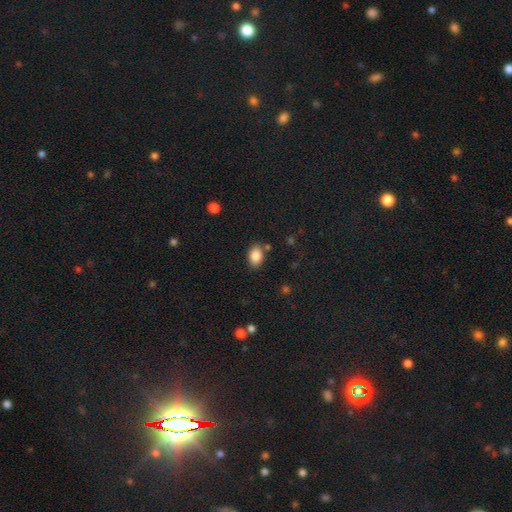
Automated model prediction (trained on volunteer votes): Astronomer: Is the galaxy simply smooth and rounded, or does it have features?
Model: smooth — 86%.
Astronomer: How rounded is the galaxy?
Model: in between — 79%.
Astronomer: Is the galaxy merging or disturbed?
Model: none — 80%.